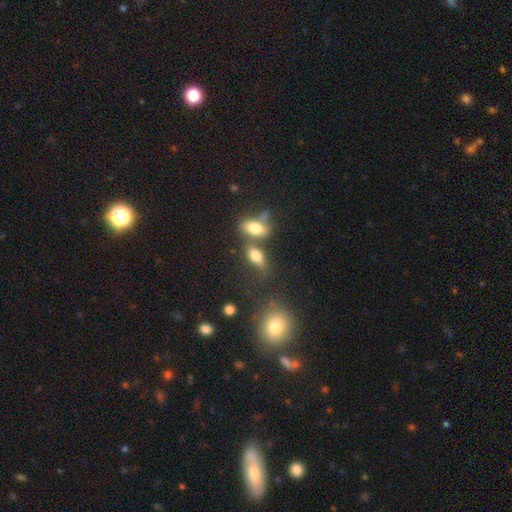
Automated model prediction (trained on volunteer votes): Morphology: type=smooth (72%); roundness=in between (79%); merging=none (42%).